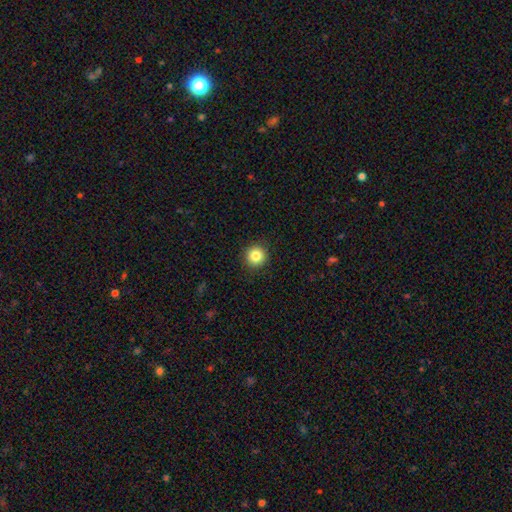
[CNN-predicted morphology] Smooth or featured? smooth (84%)
How rounded? round (95%)
Merging? none (92%)